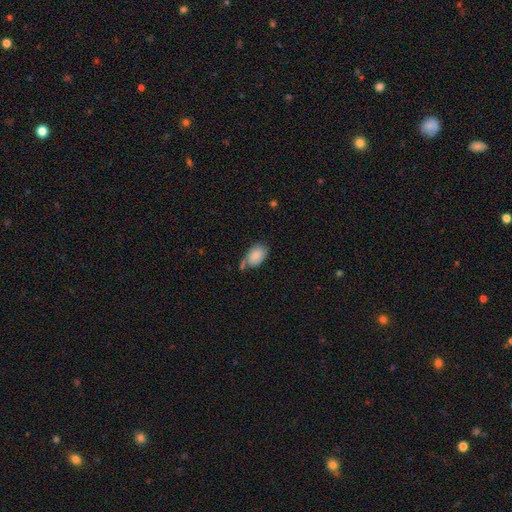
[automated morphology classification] Smooth or featured: smooth — 83% (featured or disk — 10%)
How rounded: in between — 90% (round — 9%)
Merging: none — 56% (minor disturbance — 24%)